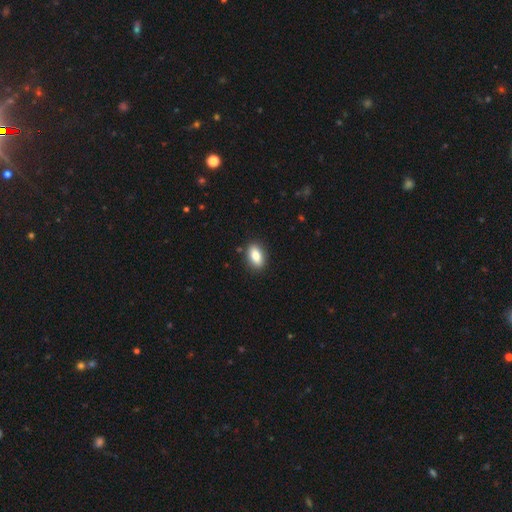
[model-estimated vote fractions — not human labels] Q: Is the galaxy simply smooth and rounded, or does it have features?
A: smooth — 81%.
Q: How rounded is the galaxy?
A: in between — 87%.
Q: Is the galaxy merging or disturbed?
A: none — 88%.